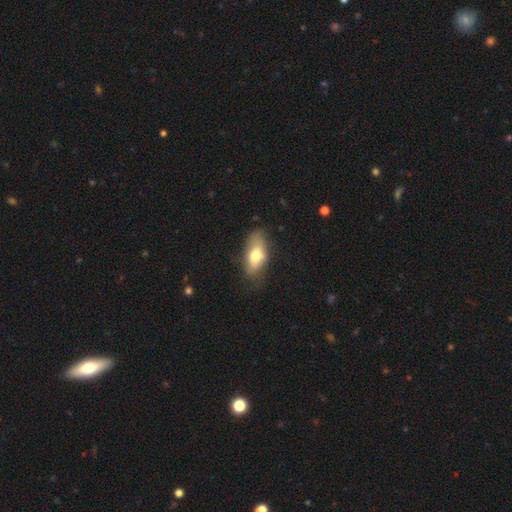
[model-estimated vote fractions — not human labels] Morphology: type=smooth (70%); roundness=in between (87%); merging=none (62%).